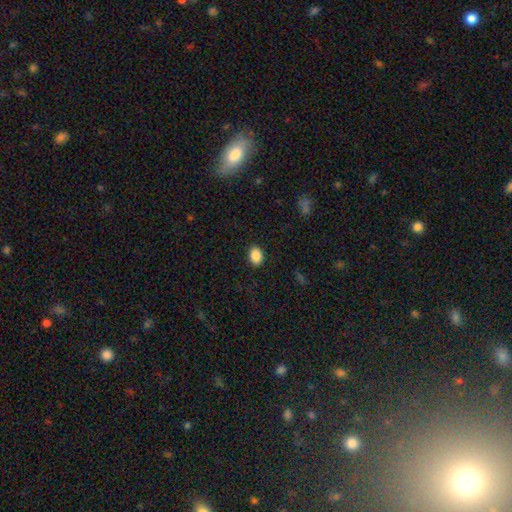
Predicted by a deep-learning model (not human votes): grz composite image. It shows a smooth galaxy with no disk features (88%) that is in between round and cigar-shaped (74%). Merging: none (89%).